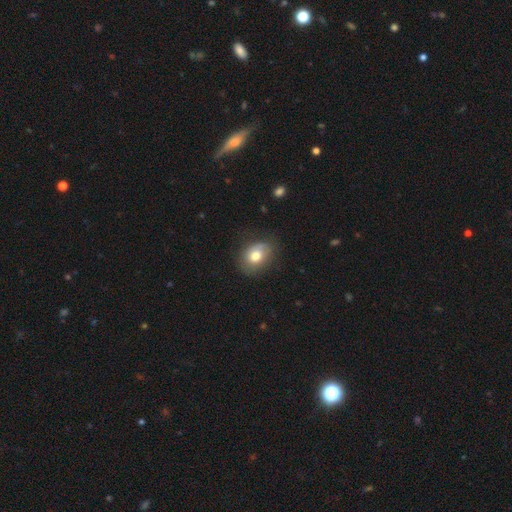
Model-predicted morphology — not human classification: Smooth or featured?
  - smooth: 72% *
  - featured or disk: 19%
  - star or artifact: 8%
How rounded?
  - in between: 60% *
  - round: 39%
  - cigar-shaped: 1%
Merging?
  - none: 70% *
  - minor disturbance: 22%
  - major disturbance: 7%
  - merger: 1%